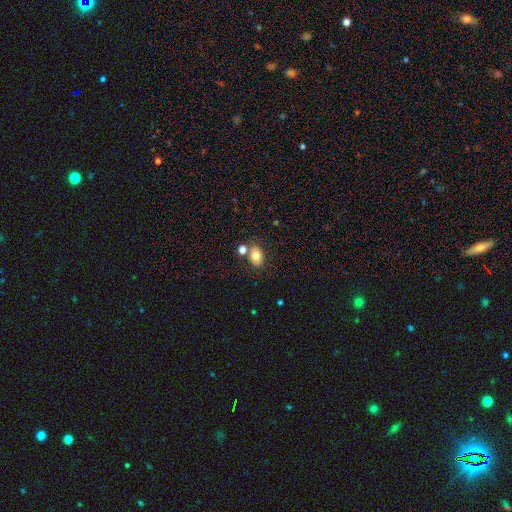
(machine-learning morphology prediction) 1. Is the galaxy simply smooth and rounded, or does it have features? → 78% smooth, 12% featured or disk, 10% star or artifact.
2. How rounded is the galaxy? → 80% in between, 19% round, 1% cigar-shaped.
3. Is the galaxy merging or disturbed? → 68% none, 17% merger, 12% minor disturbance, 4% major disturbance.